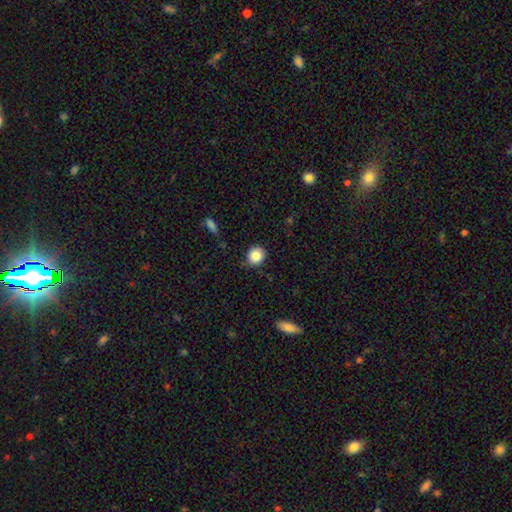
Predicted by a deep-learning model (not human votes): Smooth or featured?
  - smooth: 85% *
  - star or artifact: 10%
  - featured or disk: 5%
How rounded?
  - round: 81% *
  - in between: 18%
  - cigar-shaped: 1%
Merging?
  - none: 86% *
  - minor disturbance: 10%
  - major disturbance: 2%
  - merger: 1%